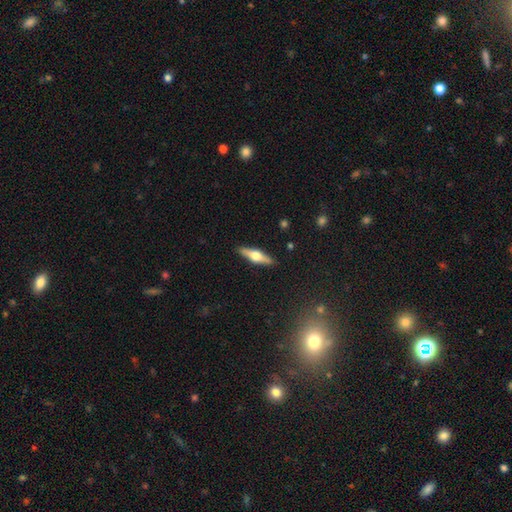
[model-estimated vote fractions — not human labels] This is likely a featured or disk galaxy (63%). It is clearly viewed edge-on (96%). Edge-on bulge: clearly rounded (95%). Merging: clearly none (90%).